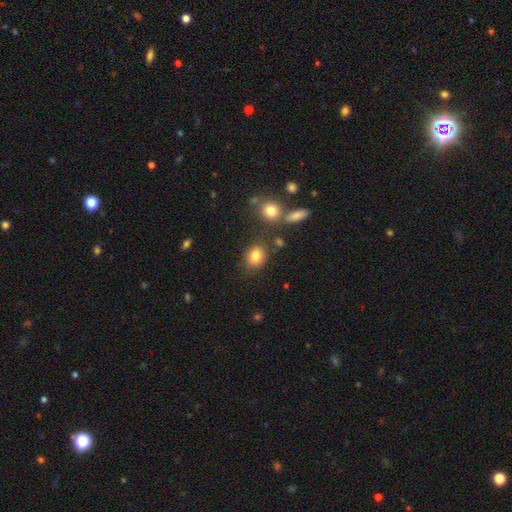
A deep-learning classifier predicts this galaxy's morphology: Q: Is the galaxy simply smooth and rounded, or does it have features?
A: smooth — 81%.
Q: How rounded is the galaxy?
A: round — 52%.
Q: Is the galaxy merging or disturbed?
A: none — 77%.